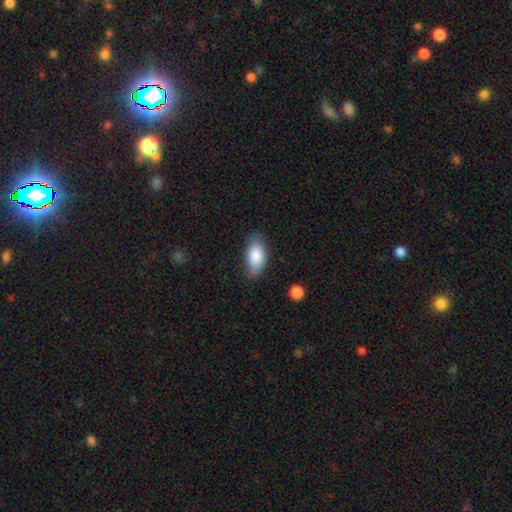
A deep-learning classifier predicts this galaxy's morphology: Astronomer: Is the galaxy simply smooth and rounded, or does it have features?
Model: smooth — 84%.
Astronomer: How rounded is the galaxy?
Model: in between — 93%.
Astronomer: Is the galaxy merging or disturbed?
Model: none — 71%.